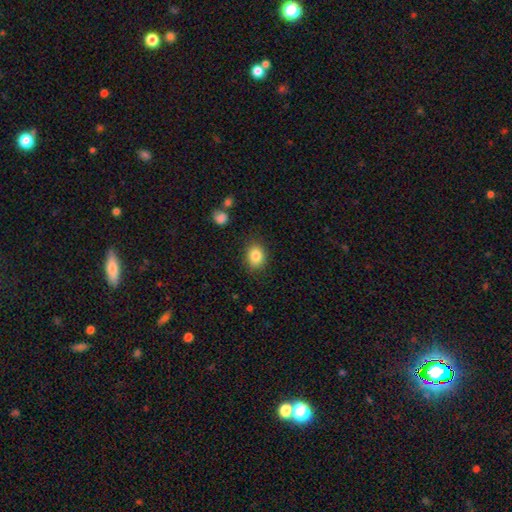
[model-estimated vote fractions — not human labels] The model was most divided on "how rounded": in between: 57%, round: 42%, cigar-shaped: 1%. More confident: merging — none (85%); smooth or featured — smooth (84%).